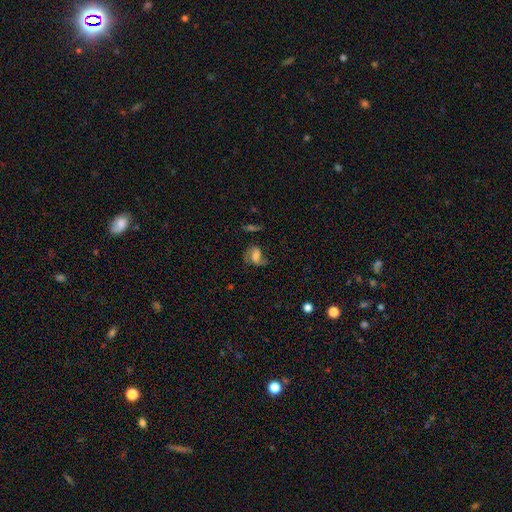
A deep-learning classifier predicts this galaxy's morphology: type=featured or disk (56%); edge-on=no (97%); bar=weak (43%); spiral arms=yes (86%); bulge=moderate (29%); merging=none (49%).